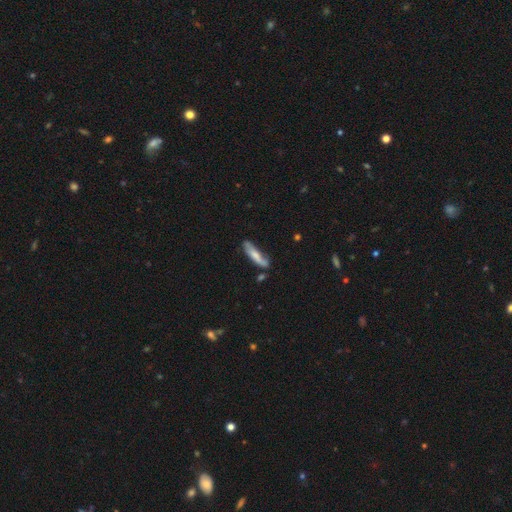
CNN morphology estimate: smooth_or_featured: smooth (p=0.61) [alt: featured or disk p=0.32]
how_rounded: cigar-shaped (p=0.74) [alt: in between p=0.25]
merging: none (p=0.56) [alt: minor disturbance p=0.28]